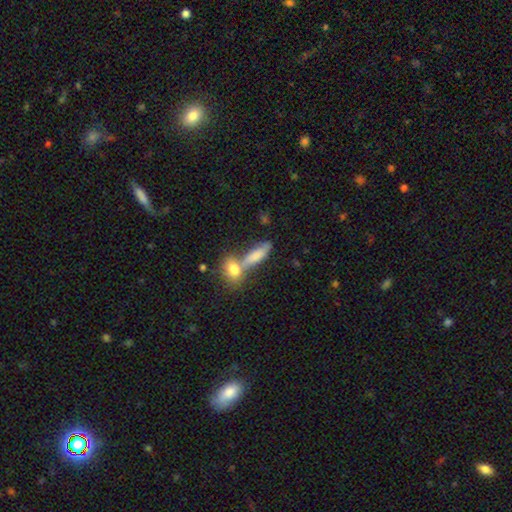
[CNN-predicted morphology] Smooth or featured: smooth — 76% (featured or disk — 16%)
How rounded: in between — 56% (cigar-shaped — 37%)
Merging: merger — 43% (none — 39%)